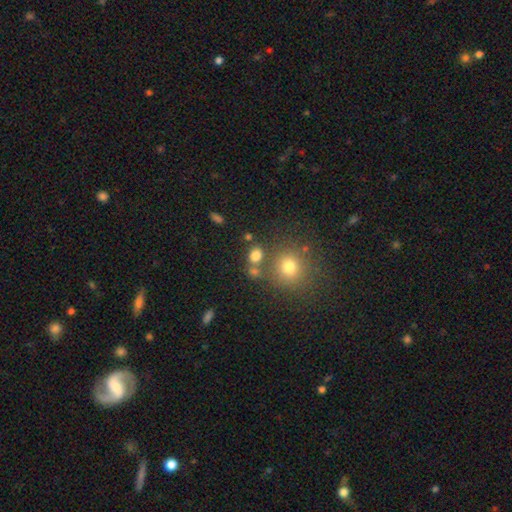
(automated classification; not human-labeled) Morphology: type=smooth (76%); roundness=round (59%); merging=none (64%).